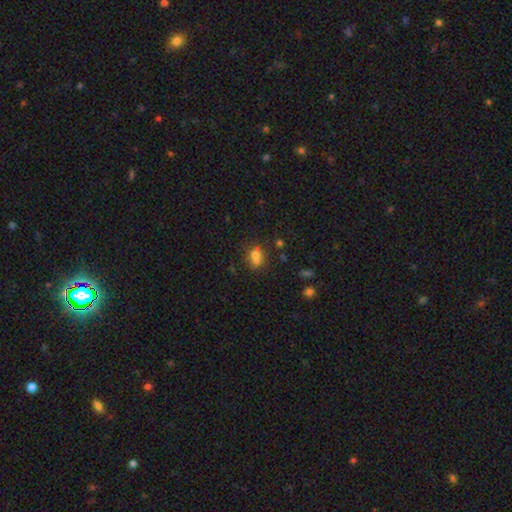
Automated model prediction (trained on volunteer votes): This appears to be a smooth galaxy with no disk features (62%) that is round (66%). Merging: merger (46%).